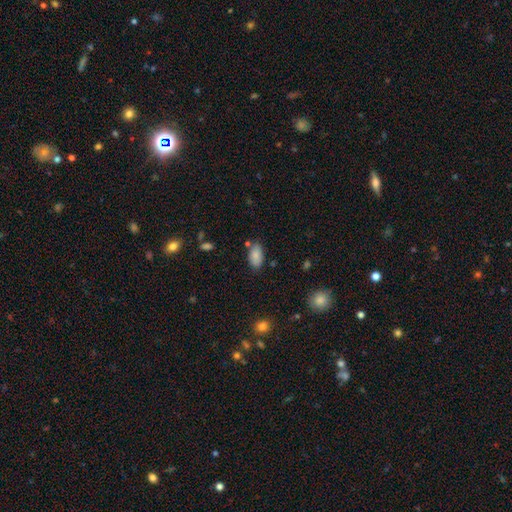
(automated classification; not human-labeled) A smooth galaxy with no disk features (85%) that is in between round and cigar-shaped (94%).

Vote fractions:
- Smooth or featured? smooth: 85% / star or artifact: 8% / featured or disk: 7%
- How rounded? in between: 94% / round: 4% / cigar-shaped: 3%
- Merging? none: 78% / minor disturbance: 14% / merger: 5% / major disturbance: 3%